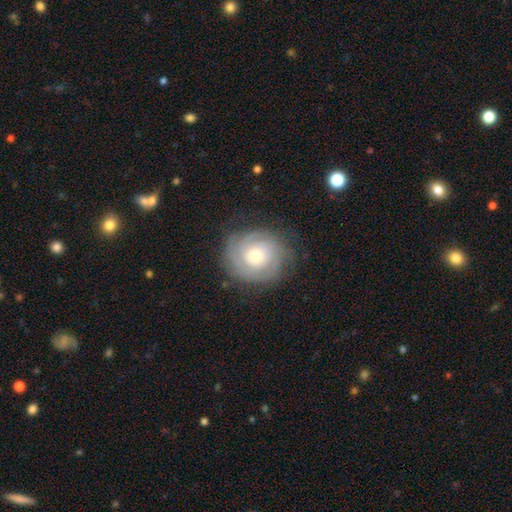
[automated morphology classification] Overall: featured or disk (72%). Edge-on disk: no (97%). Bar: no (80%). Spiral arms: yes (92%). Spiral arm count: can't tell (39%; 2 22%). Spiral winding: tight (76%). Bulge size: moderate (57%; small 35%). Merging: none (79%).